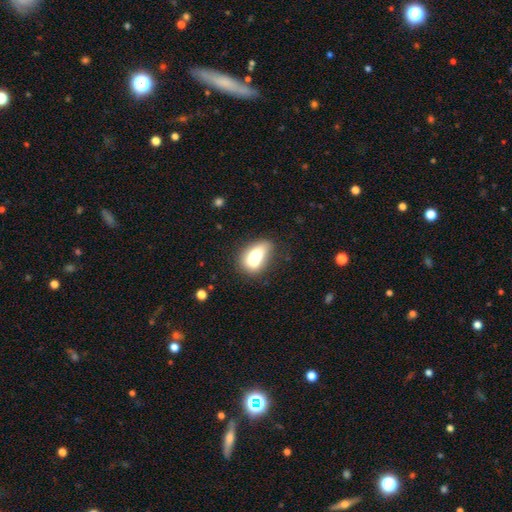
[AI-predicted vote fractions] A smooth galaxy with no disk features (68%) that is in between round and cigar-shaped (79%). Merging: none (38%).